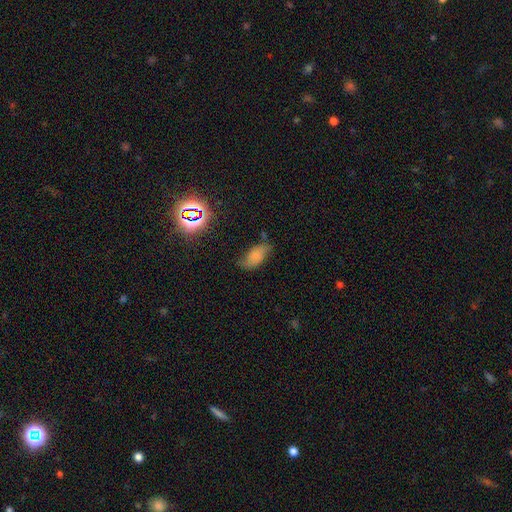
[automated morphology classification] smooth-or-featured: smooth: 67% | featured or disk: 19% | star or artifact: 14%
  how-rounded: in between: 91% | cigar-shaped: 5% | round: 4%
  merging: none: 55% | minor disturbance: 31% | major disturbance: 10% | merger: 3%